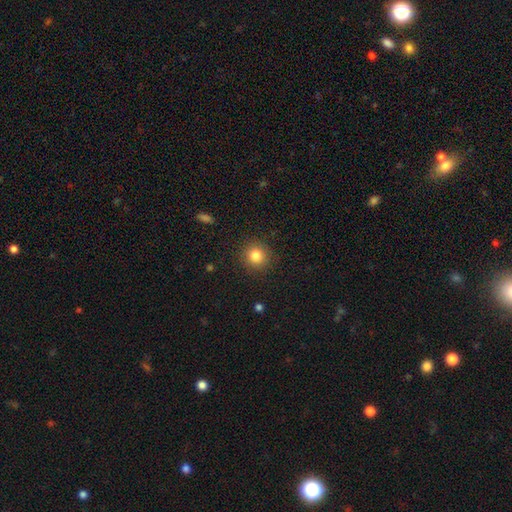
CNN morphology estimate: A smooth galaxy with no disk features (84%) that is round (92%).

Vote fractions:
- Smooth or featured? smooth: 84% / star or artifact: 11% / featured or disk: 6%
- How rounded? round: 92% / in between: 7% / cigar-shaped: 1%
- Merging? none: 90% / minor disturbance: 7% / major disturbance: 2% / merger: 1%